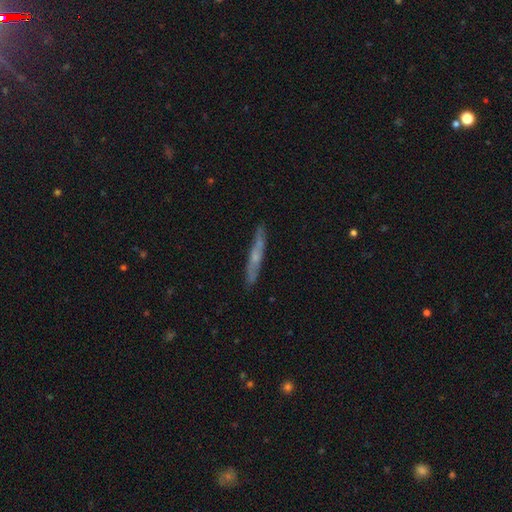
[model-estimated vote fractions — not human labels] A featured or disk galaxy (55%) viewed edge-on (86%).

Vote fractions:
- Smooth or featured? featured or disk: 55% / smooth: 38% / star or artifact: 7%
- Edge-on disk? yes: 86% / no: 14%
- Merging? none: 85% / minor disturbance: 11% / major disturbance: 2% / merger: 2%